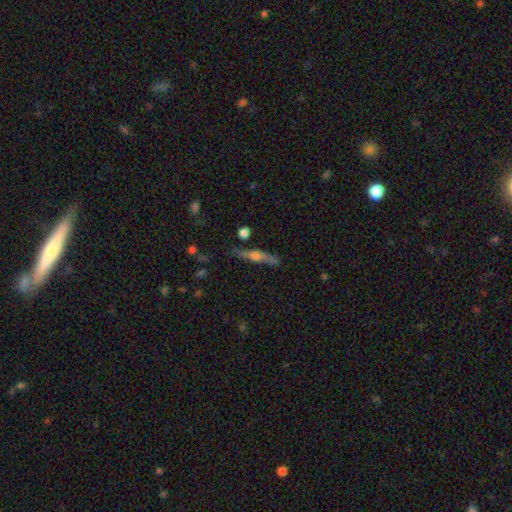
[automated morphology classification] A featured or disk galaxy (56%) viewed edge-on (94%) with a rounded central bulge (82%). Merging: none (79%).